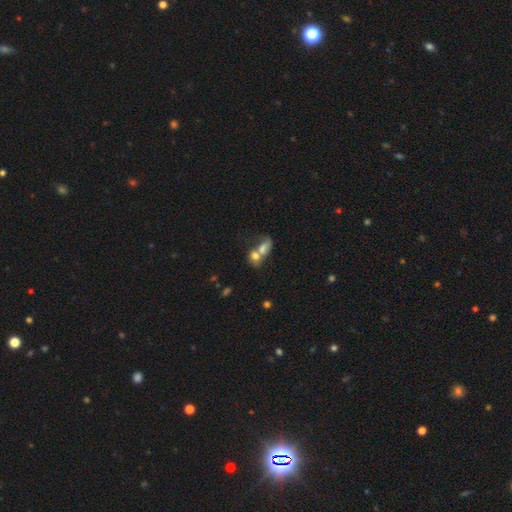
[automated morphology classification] type=smooth (71%); roundness=in between (63%); merging=merger (72%).